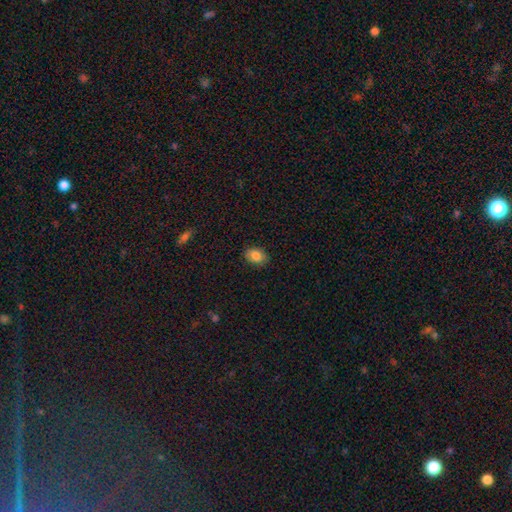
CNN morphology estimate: Q: Smooth or featured?
A: smooth (84%); runner-up: star or artifact (8%)
Q: How rounded?
A: in between (77%); runner-up: round (21%)
Q: Merging?
A: none (87%); runner-up: minor disturbance (10%)